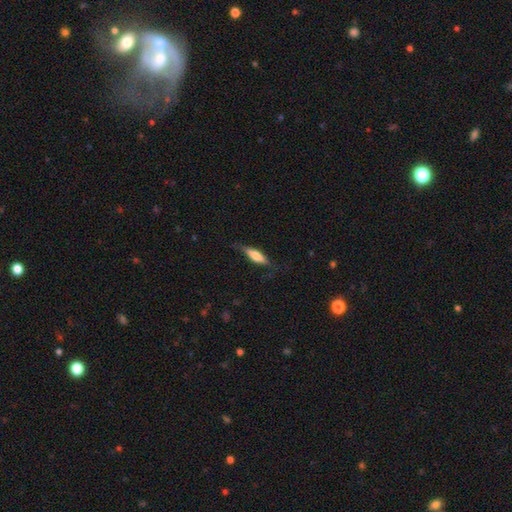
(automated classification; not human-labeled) This is possibly a smooth galaxy (60%). How rounded: possibly cigar-shaped (60%). Merging: likely none (70%).